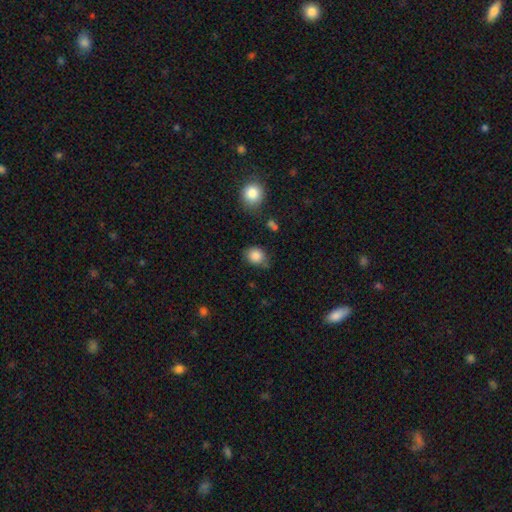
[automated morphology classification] type=smooth (85%); roundness=round (61%); merging=none (69%).